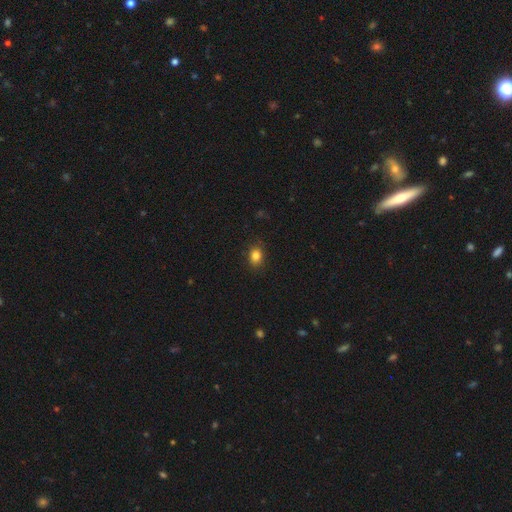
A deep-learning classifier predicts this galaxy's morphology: This appears to be a smooth galaxy with no disk features (84%) that is in between round and cigar-shaped (53%). Merging: none (88%).